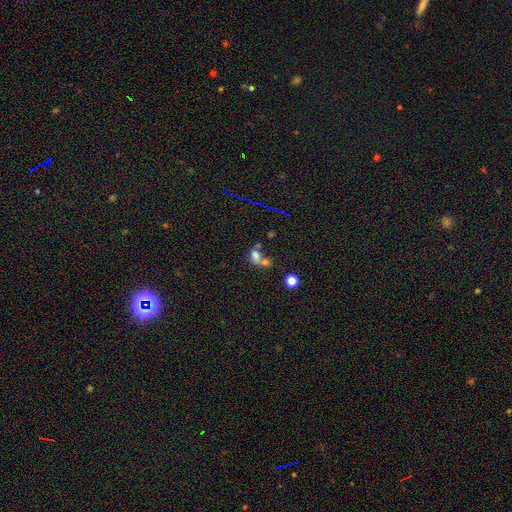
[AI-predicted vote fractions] This is likely a smooth galaxy (62%). How rounded: likely in between (68%). Merging: possibly merger (59%).